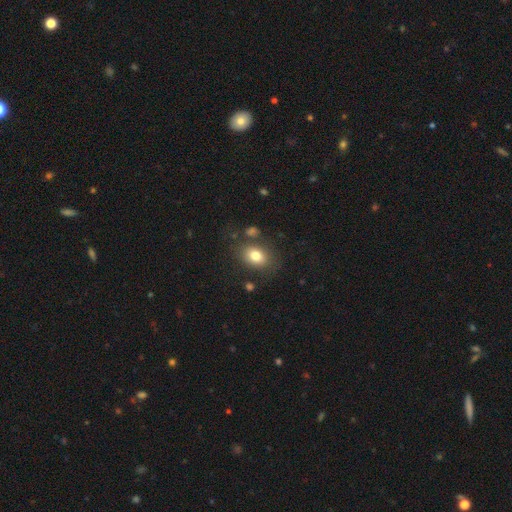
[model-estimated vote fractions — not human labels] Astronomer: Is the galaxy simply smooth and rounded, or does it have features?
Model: smooth — 79%.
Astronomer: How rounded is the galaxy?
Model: in between — 72%.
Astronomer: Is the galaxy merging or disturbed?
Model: none — 74%.